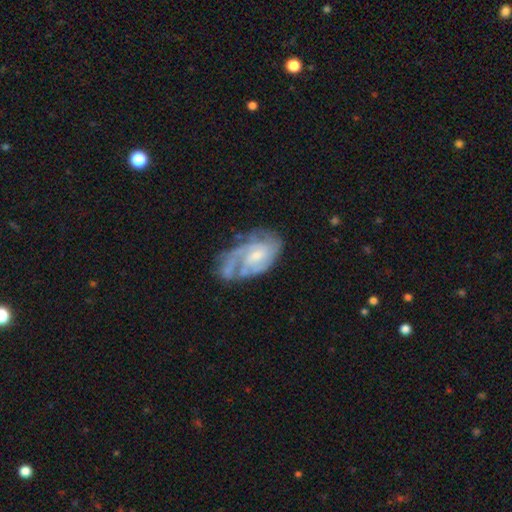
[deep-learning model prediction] The model was most divided on "spiral arm count": can't tell: 36%, 2: 27%, 3: 19%, 1: 9%, 4: 6%, more than 4: 4%. Remaining: edge-on disk — no (96%); spiral arms — yes (88%); smooth or featured — featured or disk (78%); bulge size — small (58%); bar — no (55%); spiral winding — tight (48%); merging — none (47%).